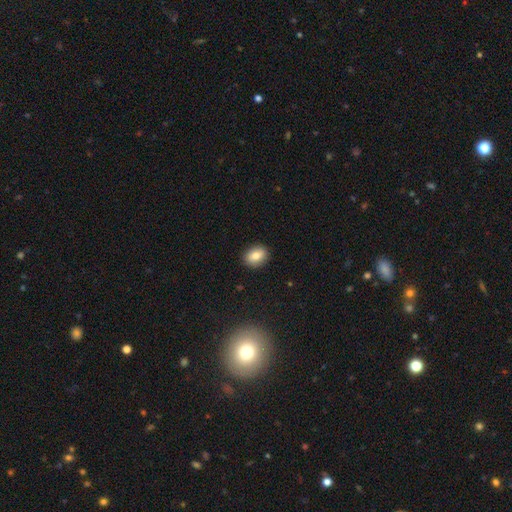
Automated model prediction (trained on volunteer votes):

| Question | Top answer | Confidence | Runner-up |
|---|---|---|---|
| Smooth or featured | smooth | 82% | featured or disk (10%) |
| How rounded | in between | 72% | round (26%) |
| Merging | none | 89% | minor disturbance (8%) |